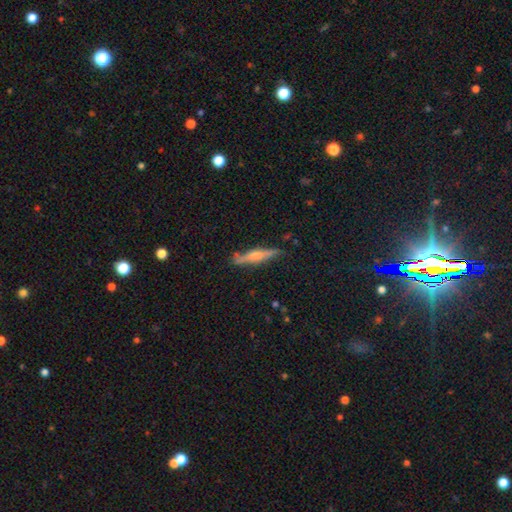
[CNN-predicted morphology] This appears to be a featured or disk galaxy (56%) viewed edge-on (95%) with a rounded central bulge (79%). Merging: none (82%).